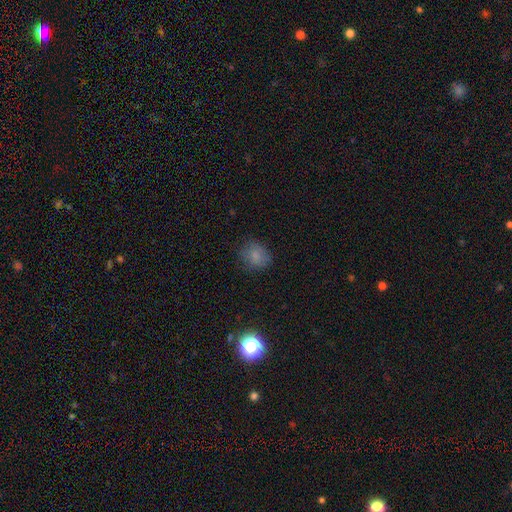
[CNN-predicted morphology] This appears to be a smooth galaxy with no disk features (79%) that is round (66%). Merging: none (74%).